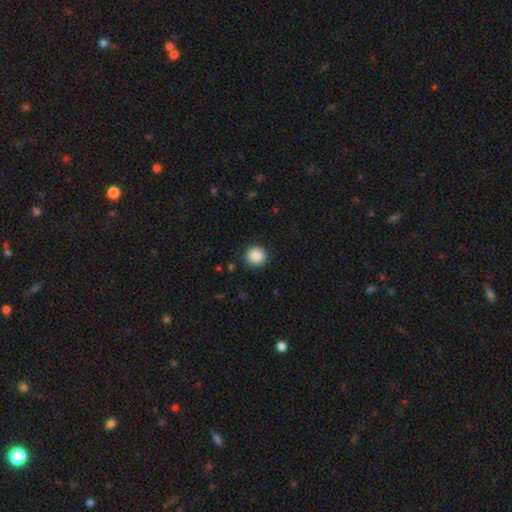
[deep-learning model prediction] smooth-or-featured: smooth: 88% | star or artifact: 9% | featured or disk: 3%
  how-rounded: round: 94% | in between: 5% | cigar-shaped: 1%
  merging: none: 90% | minor disturbance: 7% | major disturbance: 2% | merger: 1%